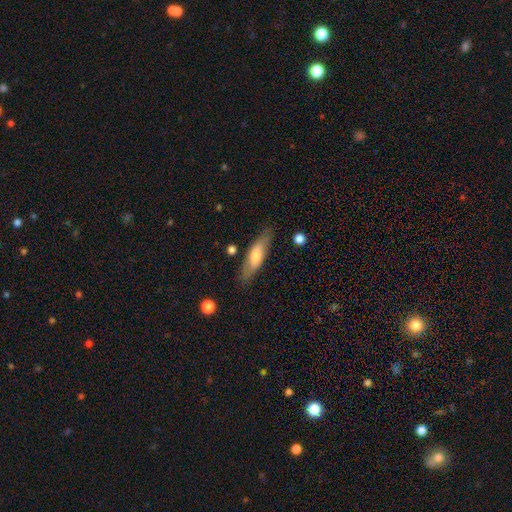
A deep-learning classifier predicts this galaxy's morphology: smooth 59%, featured or disk 35%, star or artifact 6%. Down the decision tree: how rounded — cigar-shaped (64%); merging — none (84%).